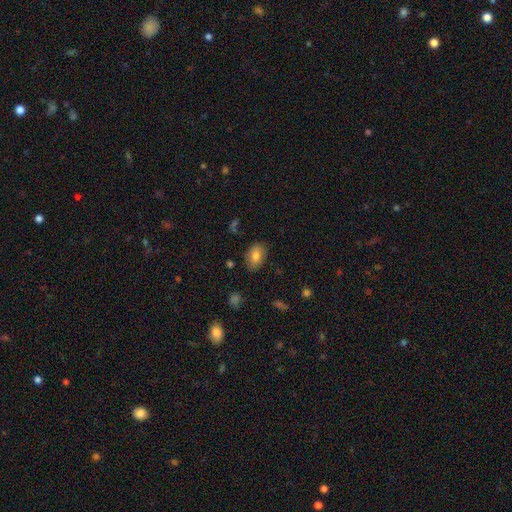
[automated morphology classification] Smooth or featured: smooth — 77% (featured or disk — 14%)
How rounded: in between — 87% (round — 12%)
Merging: none — 82% (minor disturbance — 14%)